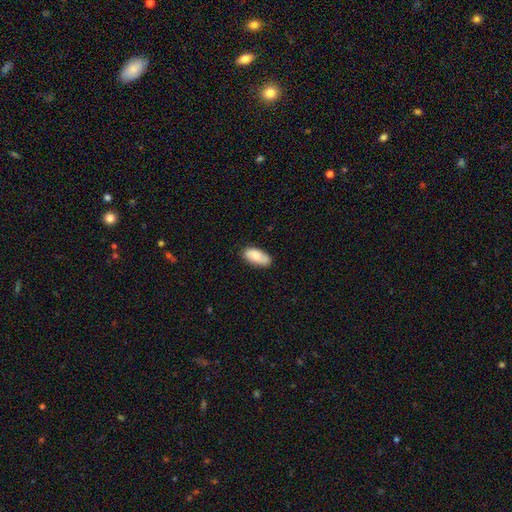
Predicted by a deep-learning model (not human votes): This is likely a smooth galaxy (75%). How rounded: clearly in between (91%). Merging: likely none (78%).